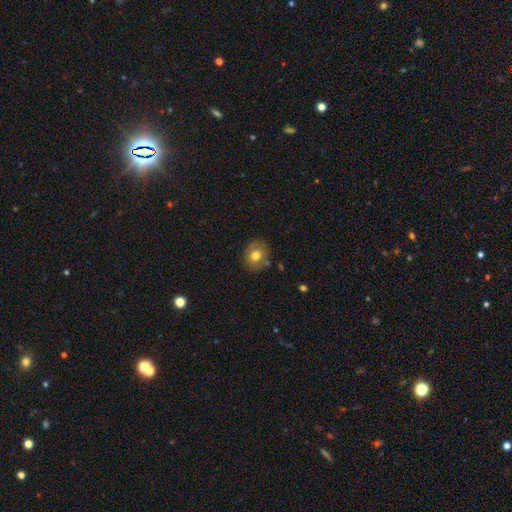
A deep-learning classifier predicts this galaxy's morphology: This appears to be a smooth galaxy with no disk features (72%) that is round (66%). Merging: none (80%).